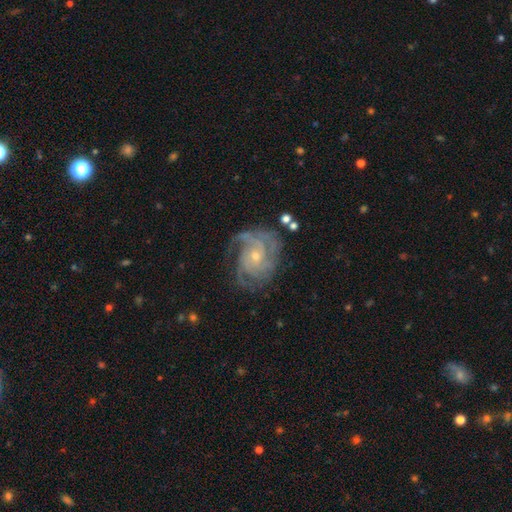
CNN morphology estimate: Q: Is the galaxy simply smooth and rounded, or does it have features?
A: featured or disk — 88%.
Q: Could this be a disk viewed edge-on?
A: no — 98%.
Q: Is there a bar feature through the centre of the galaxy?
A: no — 73%.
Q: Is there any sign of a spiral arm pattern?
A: yes — 97%.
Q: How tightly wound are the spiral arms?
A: tight — 61%.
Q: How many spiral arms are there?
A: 3 — 33%.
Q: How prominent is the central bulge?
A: small — 66%.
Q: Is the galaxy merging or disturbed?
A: none — 67%.